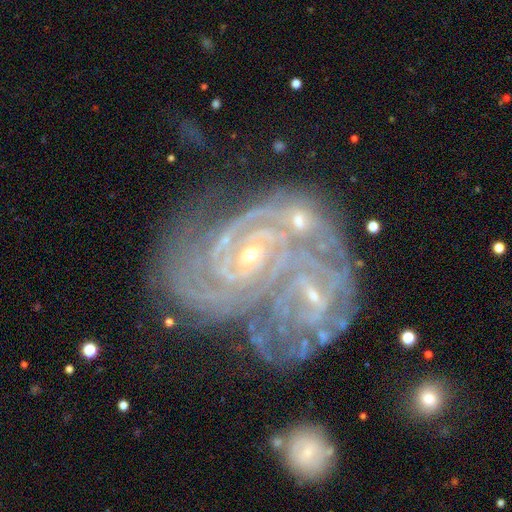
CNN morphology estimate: Smooth or featured? Predicted: featured or disk (p=0.90). Edge-on disk? Predicted: no (p=0.98). Bar? Predicted: no (p=0.52). Spiral arms? Predicted: yes (p=0.98). Spiral winding? Predicted: tight (p=0.67). Spiral arm count? Predicted: 2 (p=0.28). Bulge size? Predicted: small (p=0.79). Merging? Predicted: merger (p=0.54).